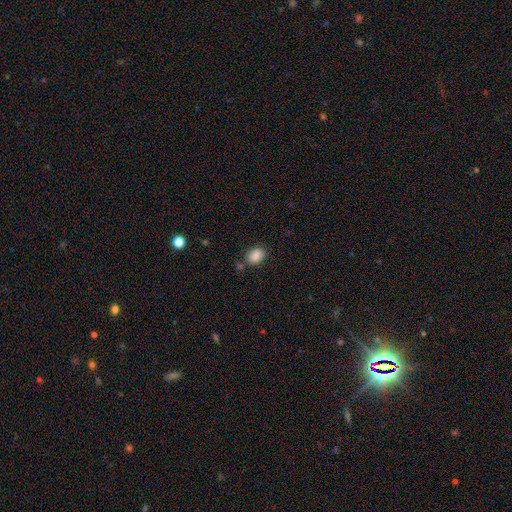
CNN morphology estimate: This is clearly a smooth galaxy (87%). How rounded: likely in between (63%). Merging: likely none (74%).